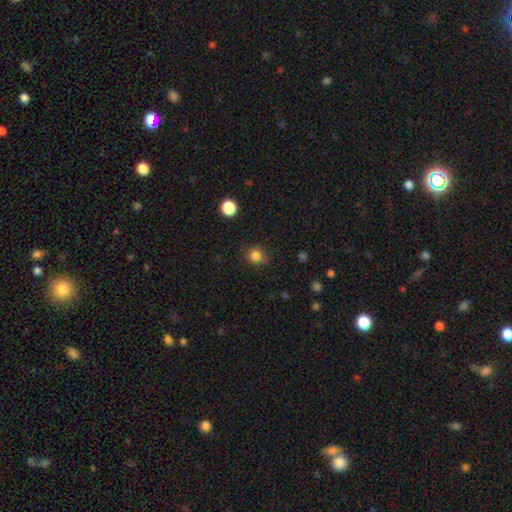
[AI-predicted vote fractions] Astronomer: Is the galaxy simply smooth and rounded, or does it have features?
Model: smooth — 83%.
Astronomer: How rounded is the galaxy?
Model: round — 85%.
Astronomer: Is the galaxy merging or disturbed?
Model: none — 79%.